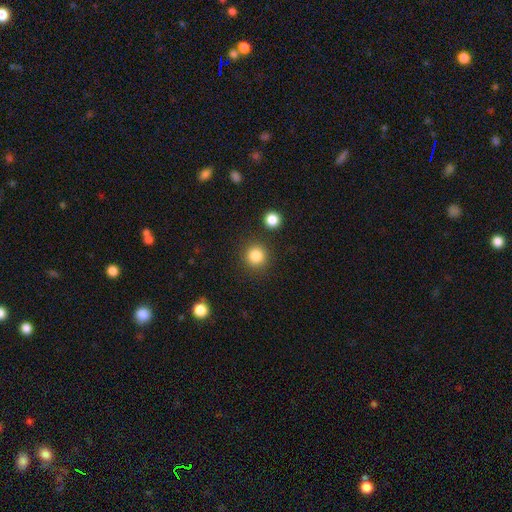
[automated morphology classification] Smooth or featured?
  - smooth: 85% *
  - star or artifact: 11%
  - featured or disk: 4%
How rounded?
  - round: 94% *
  - in between: 5%
  - cigar-shaped: 1%
Merging?
  - none: 88% *
  - minor disturbance: 6%
  - merger: 3%
  - major disturbance: 3%